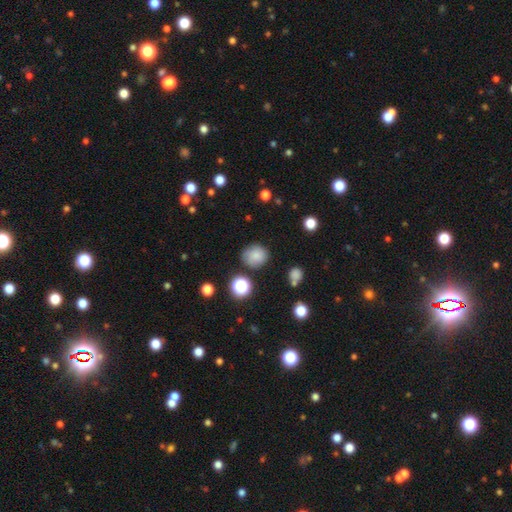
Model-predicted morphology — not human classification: smooth 81%, star or artifact 12%, featured or disk 7%. Down the decision tree: how rounded — round (80%); merging — none (77%).